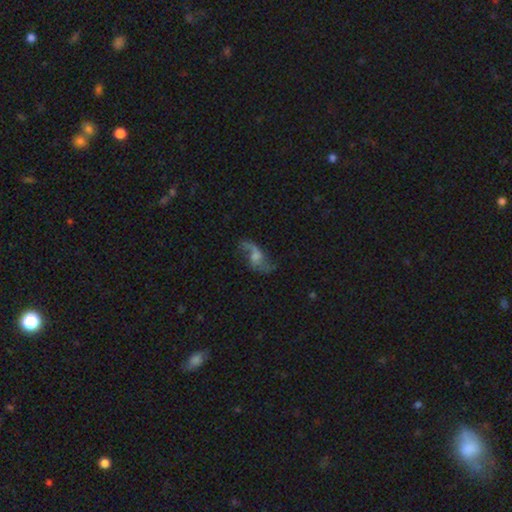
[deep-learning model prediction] Smooth or featured?
  - featured or disk: 76% *
  - smooth: 14%
  - star or artifact: 10%
Edge-on disk?
  - no: 94% *
  - yes: 6%
Bar?
  - no: 52% *
  - weak: 39%
  - strong: 9%
Spiral arms?
  - yes: 90% *
  - no: 10%
Spiral winding?
  - loose: 86% *
  - medium: 11%
  - tight: 3%
Spiral arm count?
  - 2: 88% *
  - 1: 6%
  - can't tell: 3%
  - 3: 1%
  - 4: 1%
  - more than 4: 1%
Bulge size?
  - small: 32% *
  - moderate: 31%
  - none: 25%
  - large: 9%
  - dominant: 2%
Merging?
  - none: 61% *
  - minor disturbance: 18%
  - major disturbance: 17%
  - merger: 3%